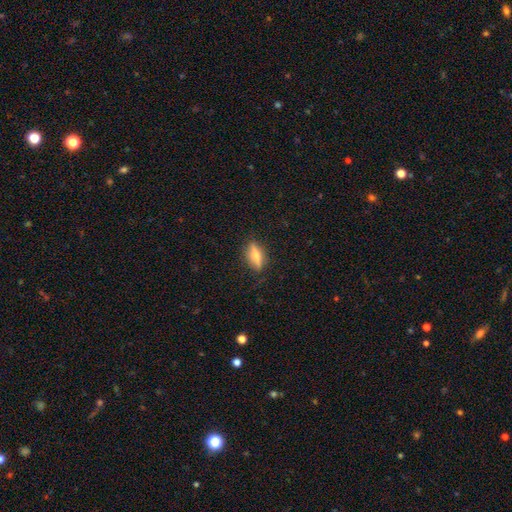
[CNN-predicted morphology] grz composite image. It shows a featured or disk galaxy (49%). Merging: none (82%).